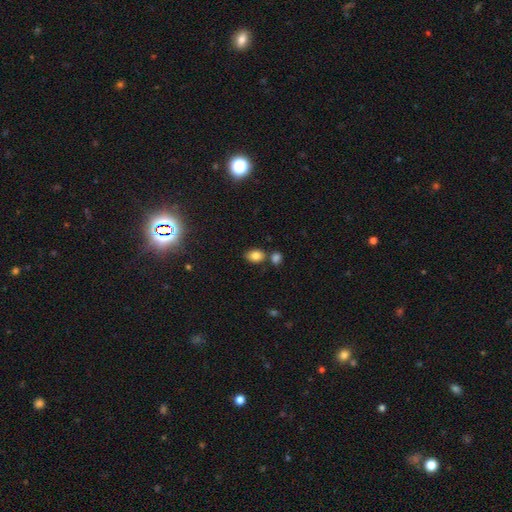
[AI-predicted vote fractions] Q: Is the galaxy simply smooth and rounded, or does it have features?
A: smooth — 82%.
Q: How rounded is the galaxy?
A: in between — 76%.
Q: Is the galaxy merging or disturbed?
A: none — 65%.